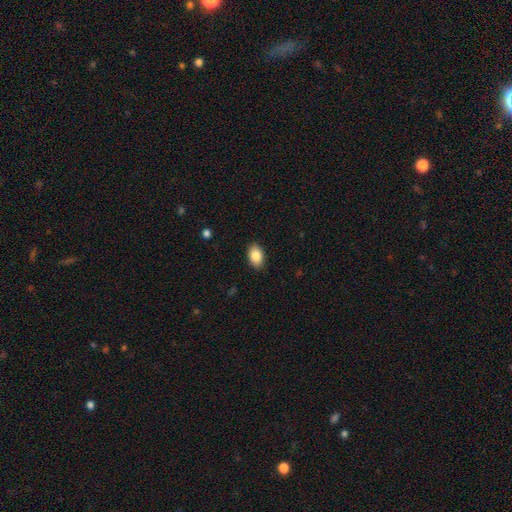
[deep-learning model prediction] This is clearly a smooth galaxy (86%). How rounded: clearly in between (88%). Merging: clearly none (89%).